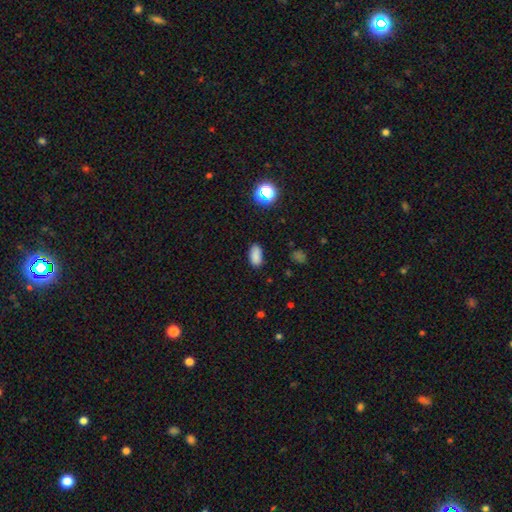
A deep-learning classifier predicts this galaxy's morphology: Smooth or featured? Predicted: smooth (p=0.84). How rounded? Predicted: in between (p=0.92). Merging? Predicted: none (p=0.83).